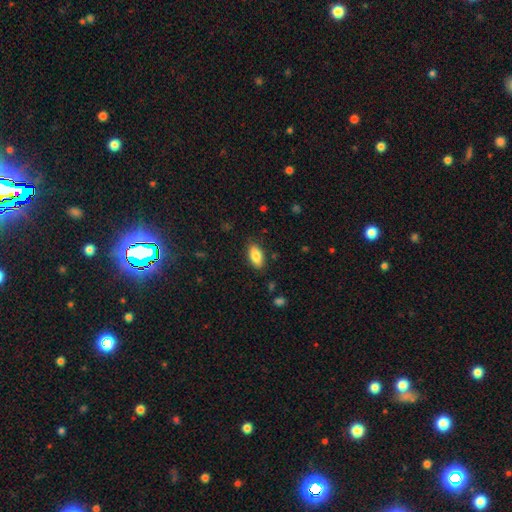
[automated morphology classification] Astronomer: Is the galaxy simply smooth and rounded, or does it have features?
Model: smooth — 85%.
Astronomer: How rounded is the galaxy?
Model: in between — 91%.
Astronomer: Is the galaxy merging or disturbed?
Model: none — 85%.